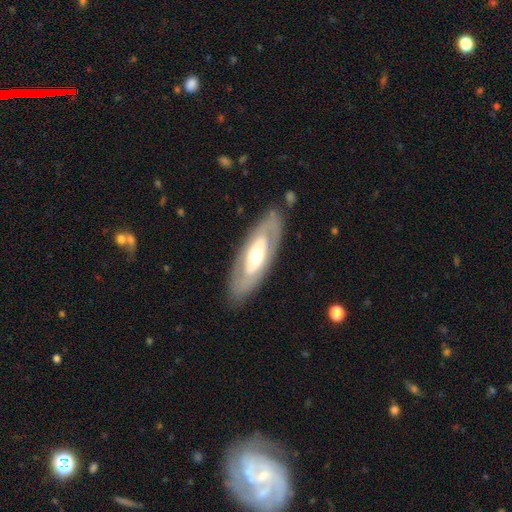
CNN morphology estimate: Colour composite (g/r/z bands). It shows a featured or disk galaxy (63%) with no bar (81%), no spiral arms (79%) and a moderate central bulge (67%). Merging: none (83%).